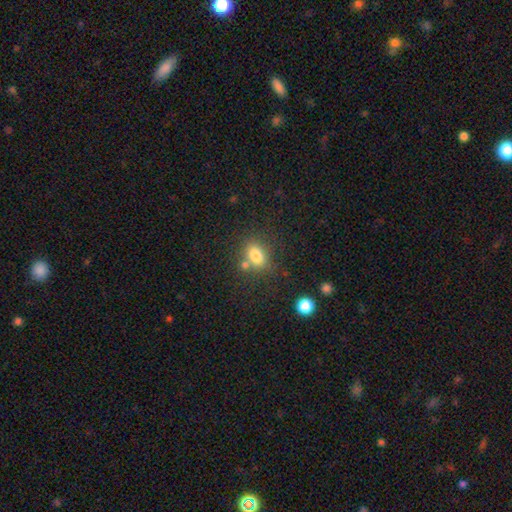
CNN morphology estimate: Smooth or featured?
  - smooth: 79% *
  - star or artifact: 12%
  - featured or disk: 9%
How rounded?
  - in between: 69% *
  - round: 29%
  - cigar-shaped: 2%
Merging?
  - none: 60% *
  - merger: 21%
  - minor disturbance: 13%
  - major disturbance: 5%